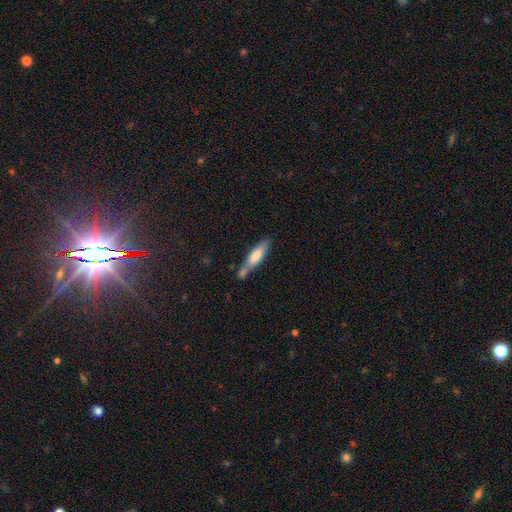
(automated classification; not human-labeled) A smooth galaxy with no disk features (69%) that is cigar-shaped (71%). Merging: none (49%).